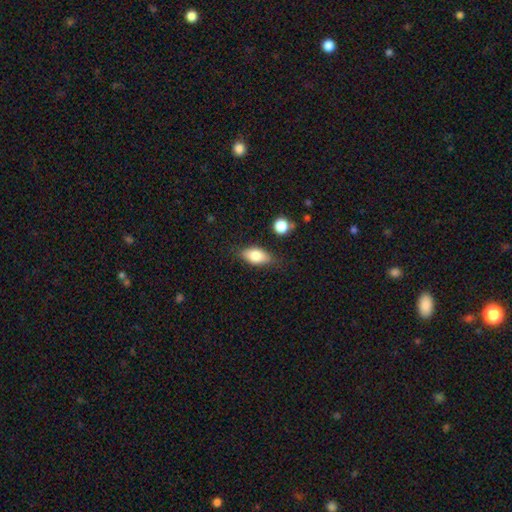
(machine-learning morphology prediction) Smooth or featured?
  - smooth: 77% *
  - featured or disk: 16%
  - star or artifact: 7%
How rounded?
  - in between: 85% *
  - cigar-shaped: 8%
  - round: 6%
Merging?
  - none: 77% *
  - minor disturbance: 16%
  - major disturbance: 4%
  - merger: 3%